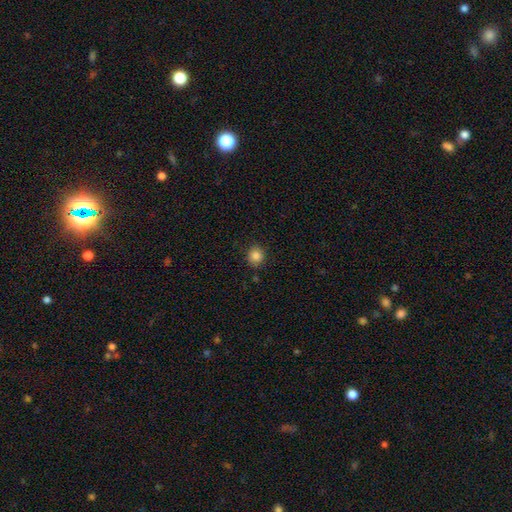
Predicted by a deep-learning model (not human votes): This is clearly a smooth galaxy (85%). How rounded: clearly round (86%). Merging: clearly none (88%).